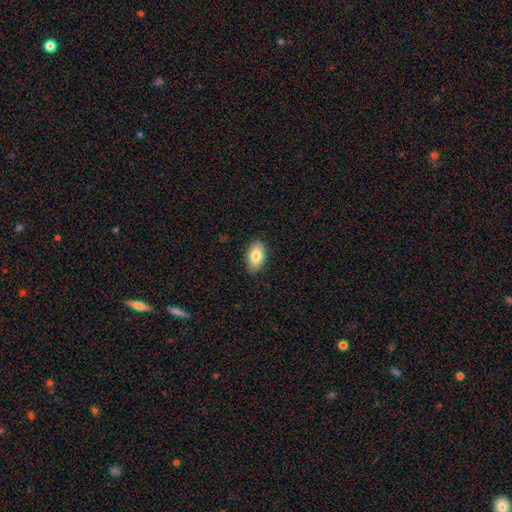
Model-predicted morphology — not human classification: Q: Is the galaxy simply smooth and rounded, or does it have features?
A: smooth — 82%.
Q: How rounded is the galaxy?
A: in between — 92%.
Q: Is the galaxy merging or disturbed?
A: none — 88%.